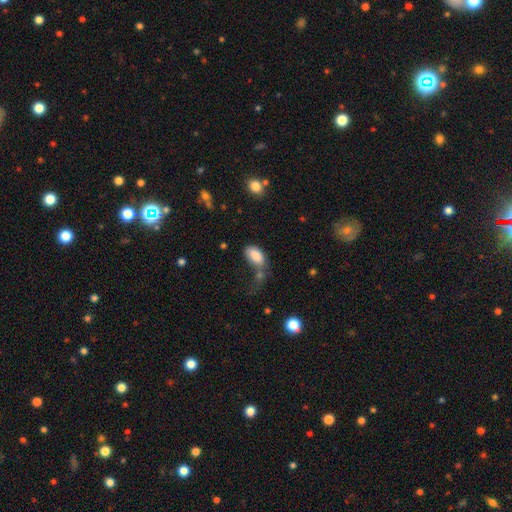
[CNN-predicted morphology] type=smooth (85%); roundness=in between (94%); merging=none (45%).